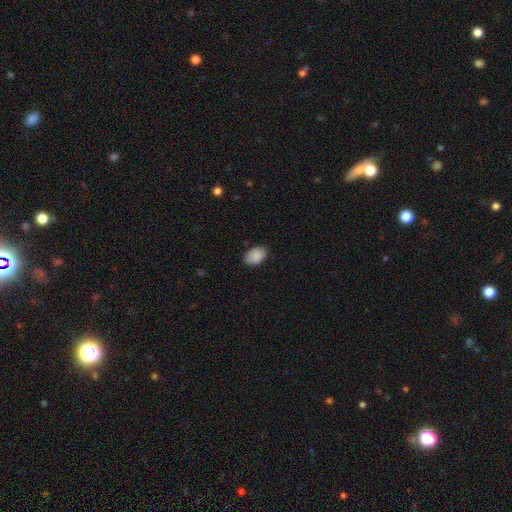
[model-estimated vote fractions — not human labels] Smooth or featured? smooth (89%)
How rounded? in between (86%)
Merging? none (82%)